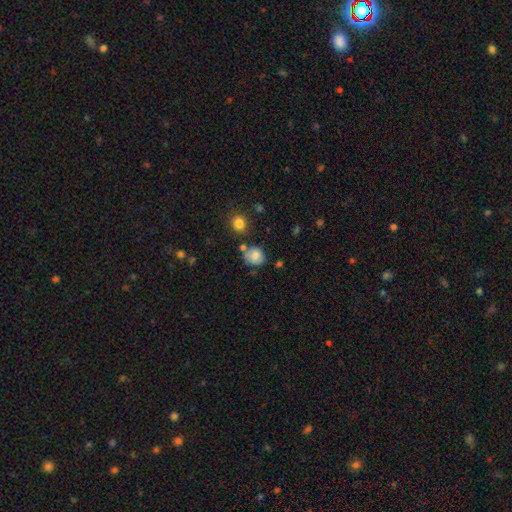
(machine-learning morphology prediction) Smooth or featured? smooth (80%)
How rounded? round (71%)
Merging? none (66%)